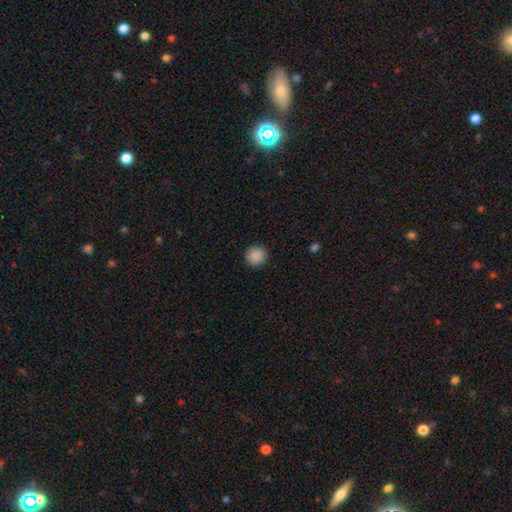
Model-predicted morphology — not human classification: smooth_or_featured: smooth (p=0.89) [alt: star or artifact p=0.09]
how_rounded: round (p=0.95) [alt: in between p=0.05]
merging: none (p=0.93) [alt: minor disturbance p=0.05]